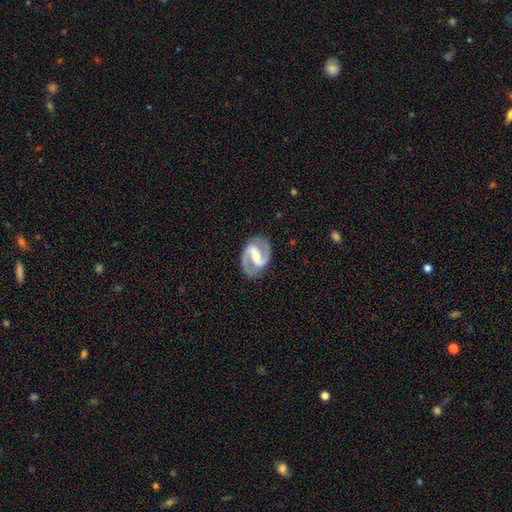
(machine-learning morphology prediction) Smooth or featured: featured or disk — 93% (smooth — 4%)
Edge-on disk: no — 98% (yes — 2%)
Bar: strong — 60% (weak — 30%)
Spiral arms: yes — 98% (no — 2%)
Spiral winding: medium — 60% (tight — 25%)
Spiral arm count: 2 — 95% (can't tell — 1%)
Bulge size: moderate — 48% (small — 33%)
Merging: none — 87% (minor disturbance — 9%)